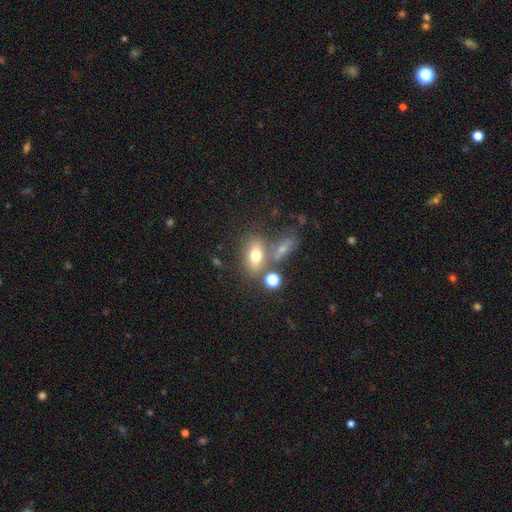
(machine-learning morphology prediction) smooth-or-featured: smooth: 55% | featured or disk: 27% | star or artifact: 18%
  how-rounded: in between: 66% | round: 27% | cigar-shaped: 7%
  merging: merger: 42% | none: 40% | minor disturbance: 11% | major disturbance: 7%